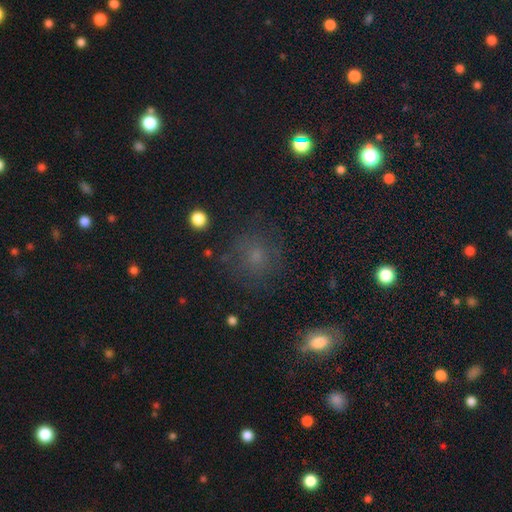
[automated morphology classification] Smooth or featured? Predicted: smooth (p=0.56). How rounded? Predicted: round (p=0.87). Merging? Predicted: none (p=0.78).